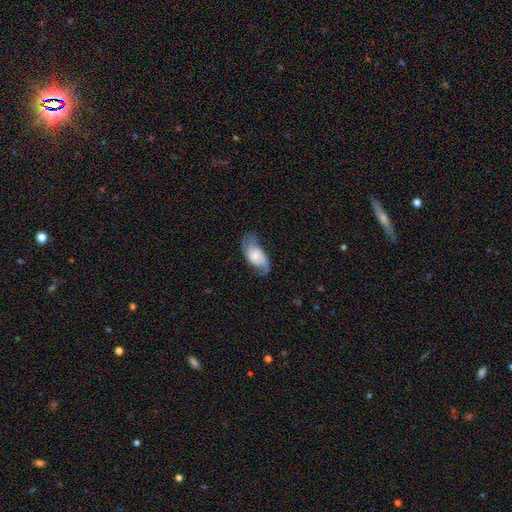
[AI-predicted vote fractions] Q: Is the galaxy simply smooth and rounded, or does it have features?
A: featured or disk — 70%.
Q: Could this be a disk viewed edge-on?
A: no — 95%.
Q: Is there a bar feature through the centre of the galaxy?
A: no — 64%.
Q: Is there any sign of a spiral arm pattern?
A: yes — 92%.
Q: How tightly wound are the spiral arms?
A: loose — 47%.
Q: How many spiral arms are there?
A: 2 — 85%.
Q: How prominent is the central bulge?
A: small — 42%.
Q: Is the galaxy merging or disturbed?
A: none — 63%.